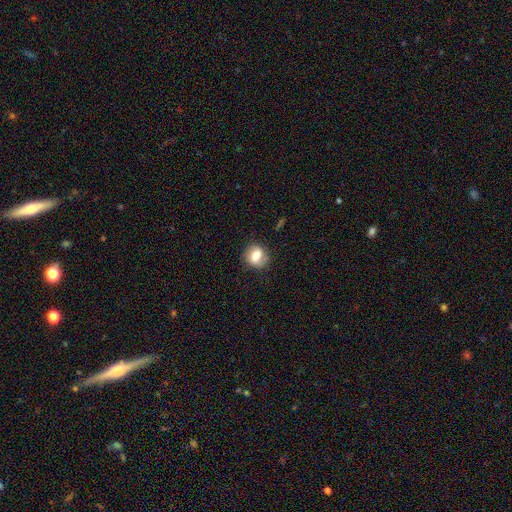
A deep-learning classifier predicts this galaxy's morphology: Overall: smooth (66%). How rounded: round (63%; in between 36%). Merging: none (76%).